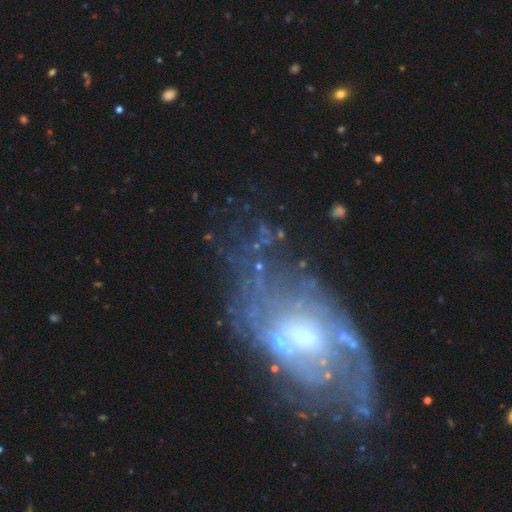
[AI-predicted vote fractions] A featured or disk galaxy (80%) with a weak bar (45%), tight (43%) spiral arms (82%) and a moderate central bulge (51%). Merging: none (59%).